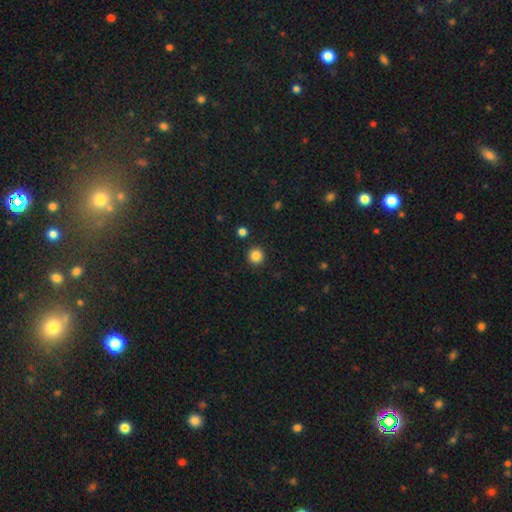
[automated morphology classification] Overall: smooth (85%). How rounded: round (94%). Merging: none (92%).